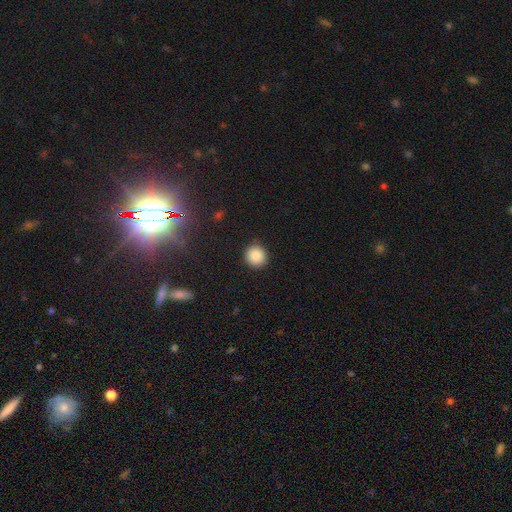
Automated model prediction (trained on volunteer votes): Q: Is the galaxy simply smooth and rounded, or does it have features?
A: smooth — 88%.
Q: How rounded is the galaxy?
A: round — 91%.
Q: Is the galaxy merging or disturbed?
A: none — 91%.